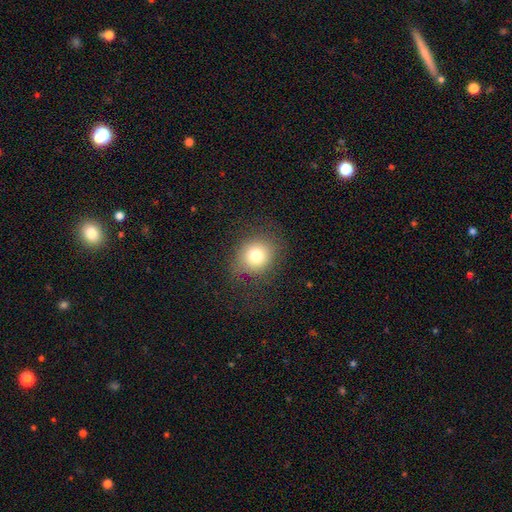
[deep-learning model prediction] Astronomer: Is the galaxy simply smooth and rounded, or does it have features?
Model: smooth — 76%.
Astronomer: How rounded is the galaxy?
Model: round — 77%.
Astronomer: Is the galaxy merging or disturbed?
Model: none — 78%.